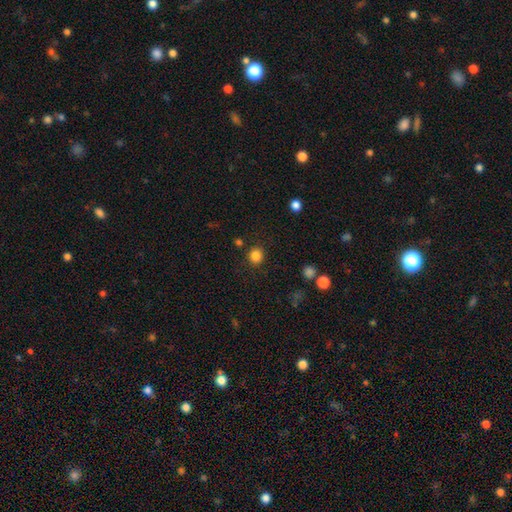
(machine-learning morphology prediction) Q: Smooth or featured?
A: smooth (84%); runner-up: star or artifact (12%)
Q: How rounded?
A: round (88%); runner-up: in between (11%)
Q: Merging?
A: none (88%); runner-up: minor disturbance (7%)